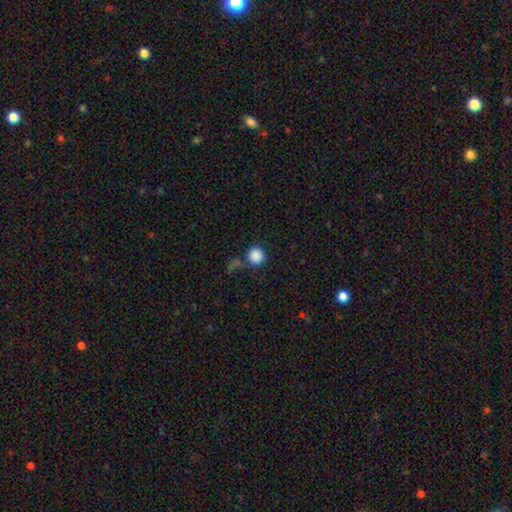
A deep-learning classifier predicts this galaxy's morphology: Smooth or featured? smooth (87%)
How rounded? round (94%)
Merging? none (73%)